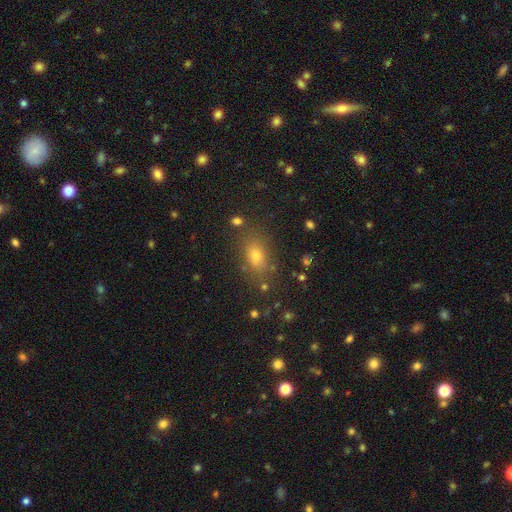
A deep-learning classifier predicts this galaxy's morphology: Overall: smooth (70%). How rounded: in between (74%). Merging: none (80%).